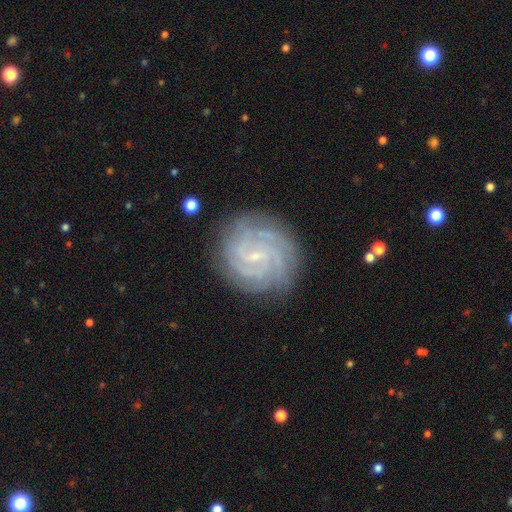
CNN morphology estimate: Smooth or featured?
  - featured or disk: 86% *
  - smooth: 7%
  - star or artifact: 7%
Edge-on disk?
  - no: 98% *
  - yes: 2%
Bar?
  - weak: 50% *
  - no: 36%
  - strong: 14%
Spiral arms?
  - yes: 98% *
  - no: 2%
Spiral winding?
  - tight: 77% *
  - medium: 20%
  - loose: 3%
Spiral arm count?
  - 4: 29% *
  - can't tell: 23%
  - 3: 18%
  - 2: 12%
  - more than 4: 11%
  - 1: 7%
Bulge size?
  - small: 81% *
  - moderate: 10%
  - none: 7%
  - large: 1%
  - dominant: 1%
Merging?
  - none: 83% *
  - minor disturbance: 12%
  - major disturbance: 4%
  - merger: 1%